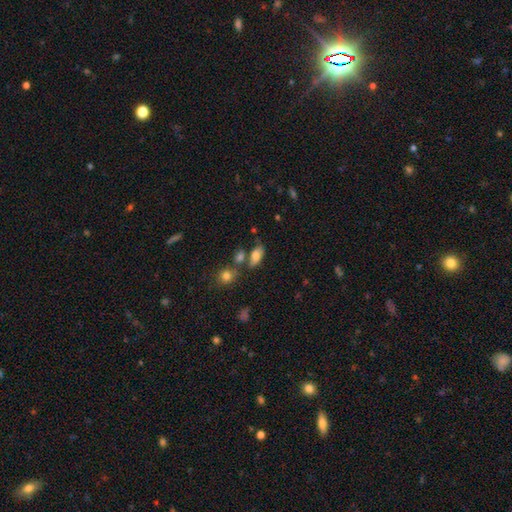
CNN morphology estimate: Overall: smooth (77%). How rounded: in between (87%). Merging: none (60%).